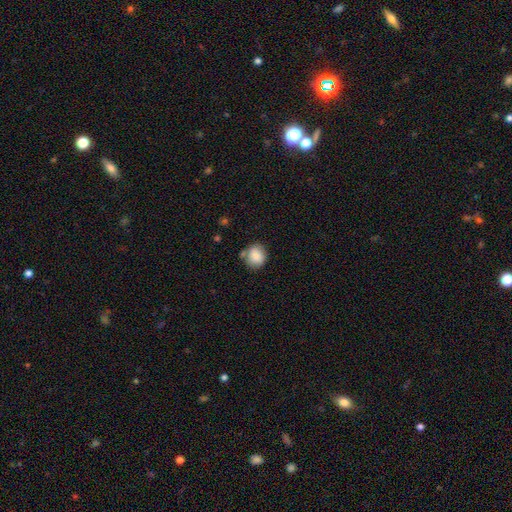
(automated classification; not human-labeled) Smooth or featured? Predicted: smooth (p=0.86). How rounded? Predicted: round (p=0.78). Merging? Predicted: none (p=0.71).